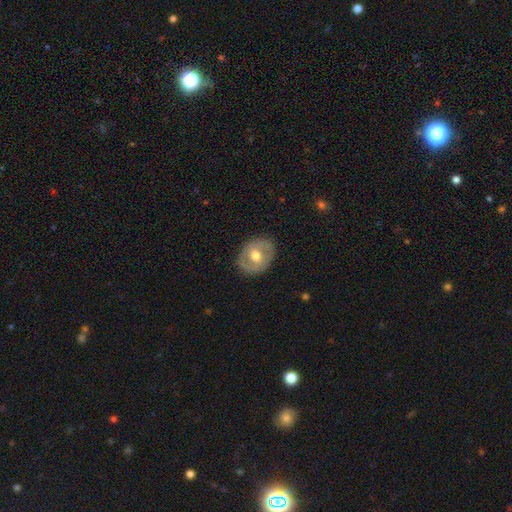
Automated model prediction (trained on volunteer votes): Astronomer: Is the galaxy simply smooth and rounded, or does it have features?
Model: featured or disk — 50% (runner-up: smooth, 44%).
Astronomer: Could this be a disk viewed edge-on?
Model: no — 94%.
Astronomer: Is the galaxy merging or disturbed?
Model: none — 83%.